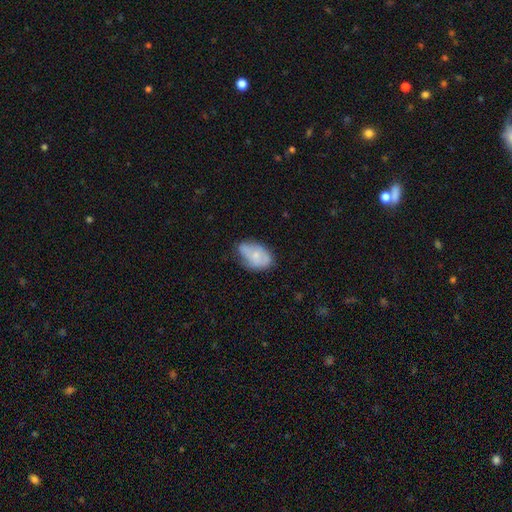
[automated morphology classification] Overall: smooth (60%; featured or disk 33%). How rounded: in between (88%). Merging: none (48%; minor disturbance 37%).